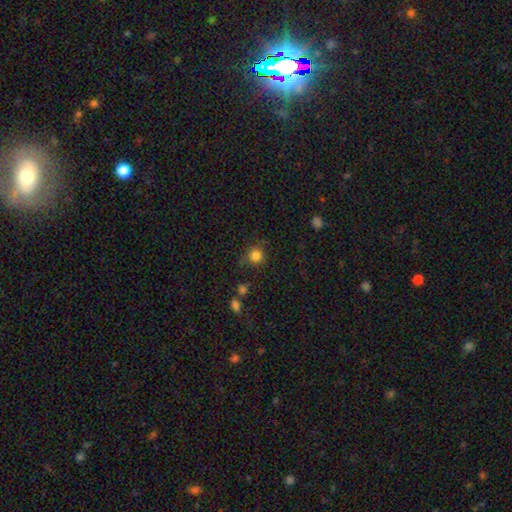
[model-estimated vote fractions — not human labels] This appears to be a smooth galaxy with no disk features (82%) that is round (90%). Merging: none (74%).